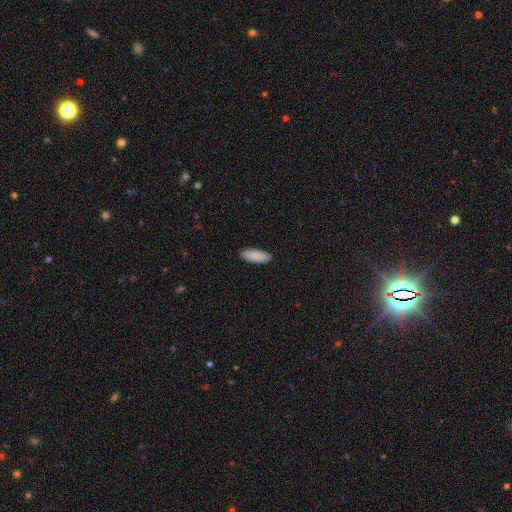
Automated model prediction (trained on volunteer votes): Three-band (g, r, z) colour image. It shows a smooth galaxy with no disk features (90%) that is in between round and cigar-shaped (73%). Merging: none (90%).